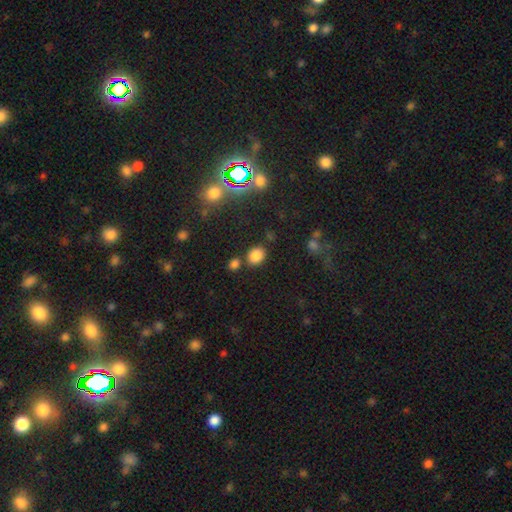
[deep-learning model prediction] smooth_or_featured: smooth (p=0.81) [alt: star or artifact p=0.13]
how_rounded: in between (p=0.58) [alt: round p=0.40]
merging: none (p=0.75) [alt: minor disturbance p=0.11]